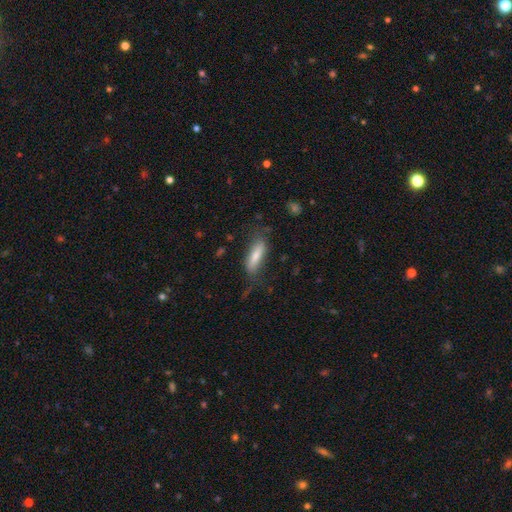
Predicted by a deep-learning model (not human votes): Smooth or featured?
  - smooth: 72% *
  - featured or disk: 21%
  - star or artifact: 7%
How rounded?
  - cigar-shaped: 52% *
  - in between: 46%
  - round: 2%
Merging?
  - none: 66% *
  - minor disturbance: 22%
  - major disturbance: 10%
  - merger: 2%